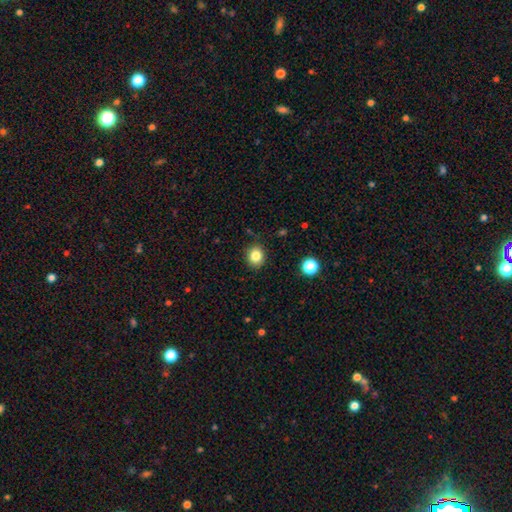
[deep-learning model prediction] Morphology: type=smooth (83%); roundness=round (67%); merging=none (88%).